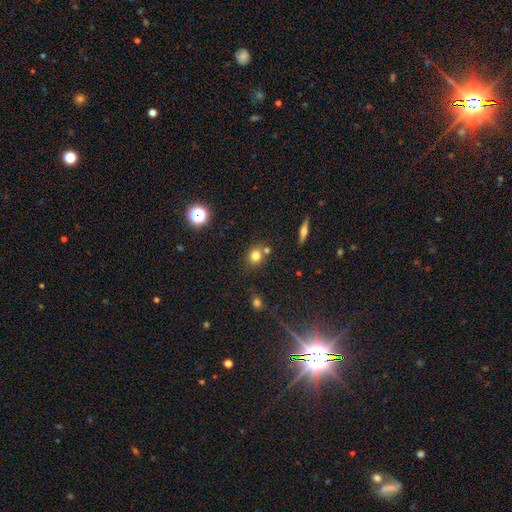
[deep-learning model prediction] Smooth or featured?
  - smooth: 76% *
  - star or artifact: 14%
  - featured or disk: 10%
How rounded?
  - round: 76% *
  - in between: 22%
  - cigar-shaped: 1%
Merging?
  - none: 66% *
  - merger: 18%
  - minor disturbance: 12%
  - major disturbance: 3%